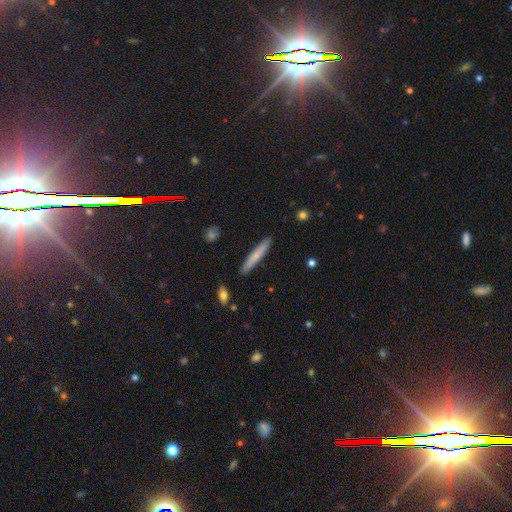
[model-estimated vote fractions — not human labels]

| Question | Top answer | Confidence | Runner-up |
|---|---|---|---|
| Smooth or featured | smooth | 71% | featured or disk (23%) |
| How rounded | cigar-shaped | 95% | in between (4%) |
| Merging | none | 90% | minor disturbance (7%) |